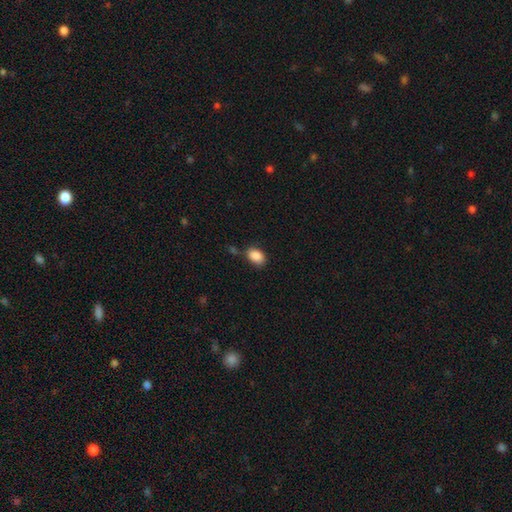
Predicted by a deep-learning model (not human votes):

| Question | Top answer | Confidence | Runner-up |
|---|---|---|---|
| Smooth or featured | smooth | 88% | star or artifact (8%) |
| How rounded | in between | 80% | round (19%) |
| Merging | none | 71% | minor disturbance (18%) |